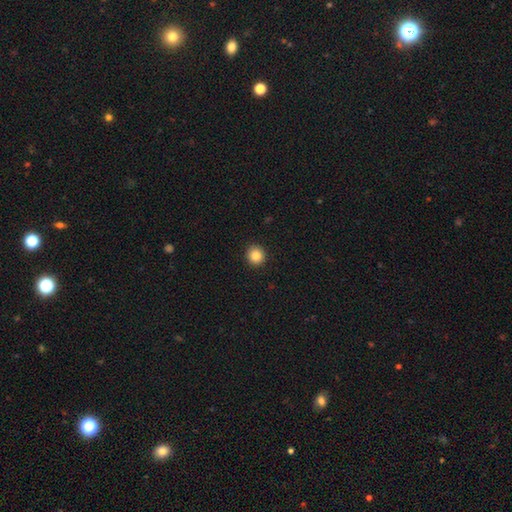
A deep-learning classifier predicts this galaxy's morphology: smooth_or_featured: smooth (p=0.85) [alt: star or artifact p=0.10]
how_rounded: round (p=0.92) [alt: in between p=0.07]
merging: none (p=0.93) [alt: minor disturbance p=0.05]